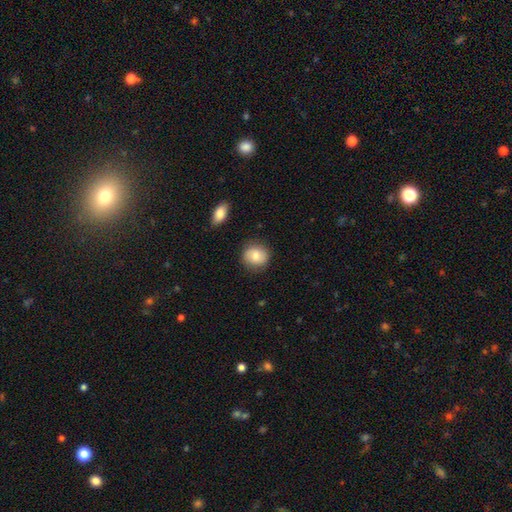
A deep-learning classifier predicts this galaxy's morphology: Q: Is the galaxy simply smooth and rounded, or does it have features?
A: smooth — 80%.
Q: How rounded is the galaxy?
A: round — 81%.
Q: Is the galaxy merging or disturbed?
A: none — 84%.